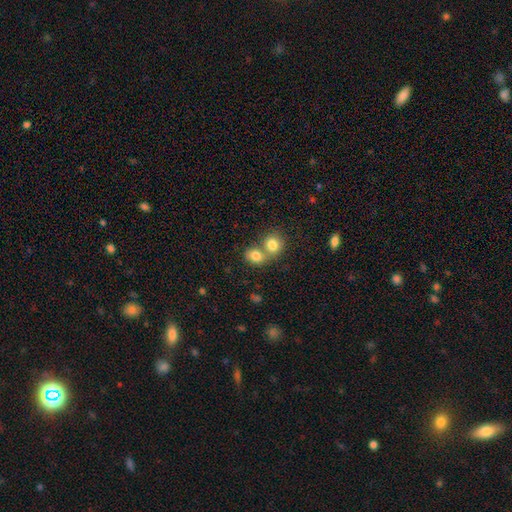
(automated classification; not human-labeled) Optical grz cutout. It shows a smooth galaxy with no disk features (80%) that is round (64%). Merging: merger (59%).